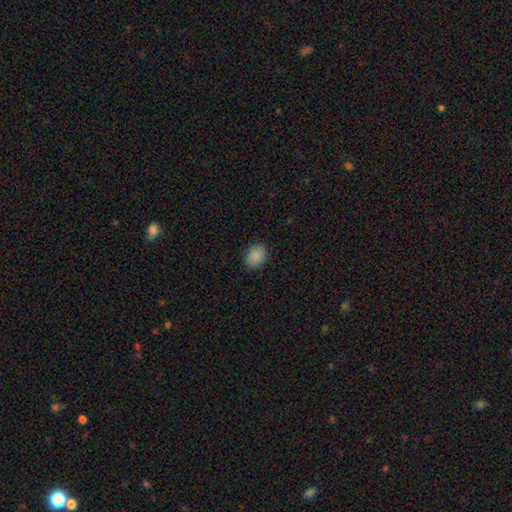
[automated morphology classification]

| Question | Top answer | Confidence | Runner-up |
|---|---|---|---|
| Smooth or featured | smooth | 88% | star or artifact (8%) |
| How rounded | in between | 62% | round (37%) |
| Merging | none | 86% | minor disturbance (10%) |